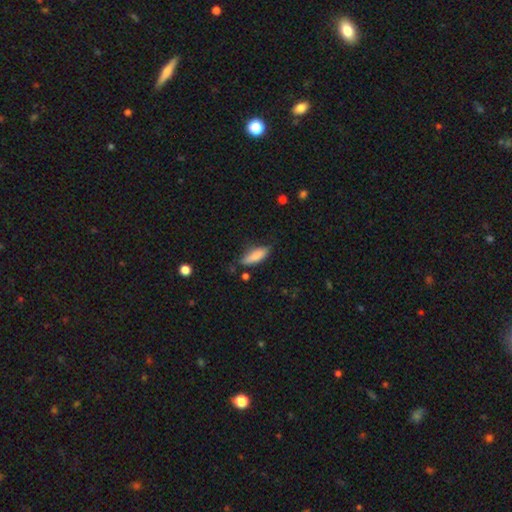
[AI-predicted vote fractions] Smooth or featured?
  - smooth: 83% *
  - featured or disk: 11%
  - star or artifact: 6%
How rounded?
  - in between: 57% *
  - cigar-shaped: 41%
  - round: 2%
Merging?
  - none: 68% *
  - minor disturbance: 24%
  - major disturbance: 5%
  - merger: 3%